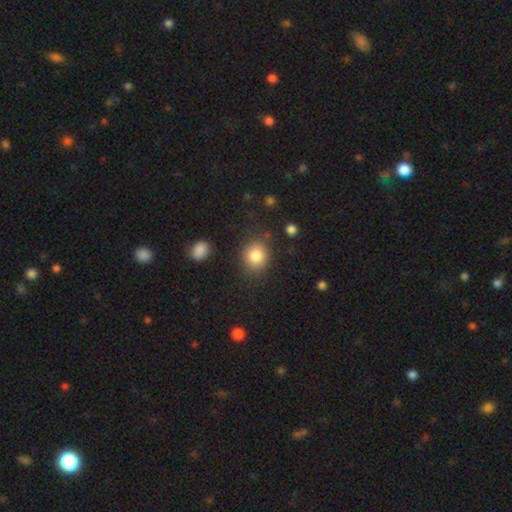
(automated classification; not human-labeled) A smooth galaxy with no disk features (84%) that is round (74%).

Vote fractions:
- Smooth or featured? smooth: 84% / star or artifact: 10% / featured or disk: 7%
- How rounded? round: 74% / in between: 25% / cigar-shaped: 1%
- Merging? none: 82% / minor disturbance: 11% / major disturbance: 4% / merger: 3%